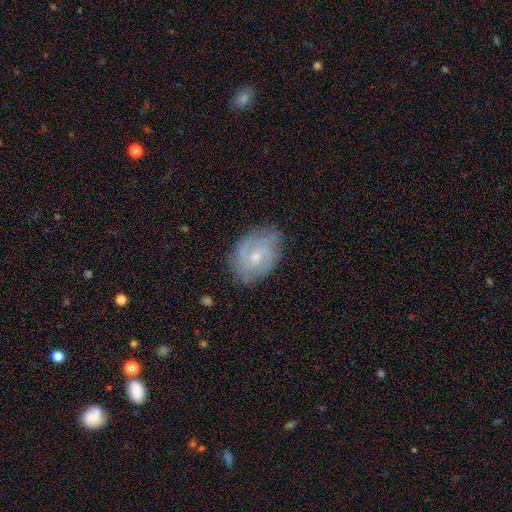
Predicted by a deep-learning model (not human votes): A featured or disk galaxy (79%) with no bar (62%), 2 (30%) tight (54%) spiral arms (94%) and a small central bulge (58%). Merging: none (74%).